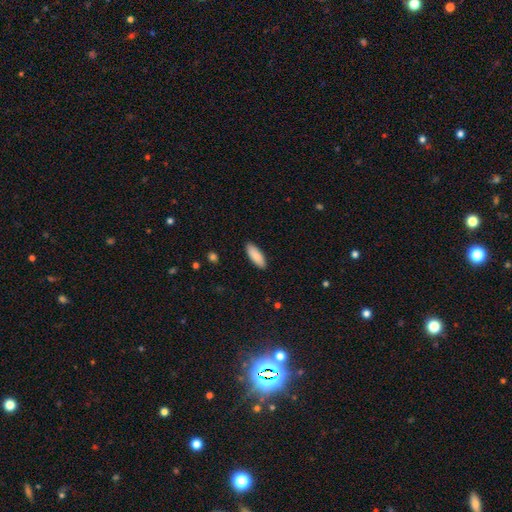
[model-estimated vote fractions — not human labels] The model was most divided on "how rounded": in between: 67%, cigar-shaped: 32%, round: 1%. More confident: merging — none (90%); smooth or featured — smooth (89%).